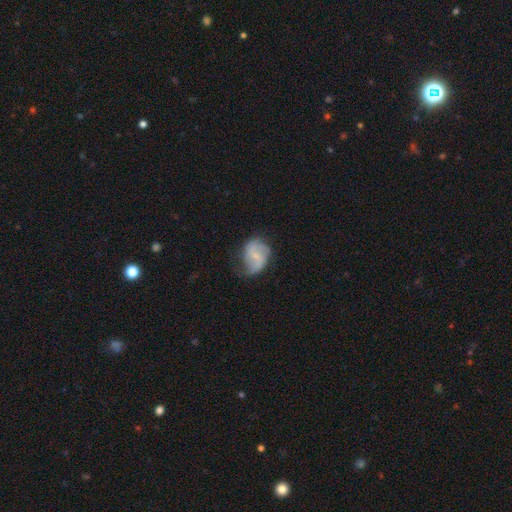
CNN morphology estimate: featured or disk 62%, smooth 30%, star or artifact 7%. Down the decision tree: edge-on disk — no (97%); bar — no (46%); spiral arms — yes (87%); spiral arm count — 2 (73%); spiral winding — loose (42%); bulge size — small (65%); merging — none (52%).